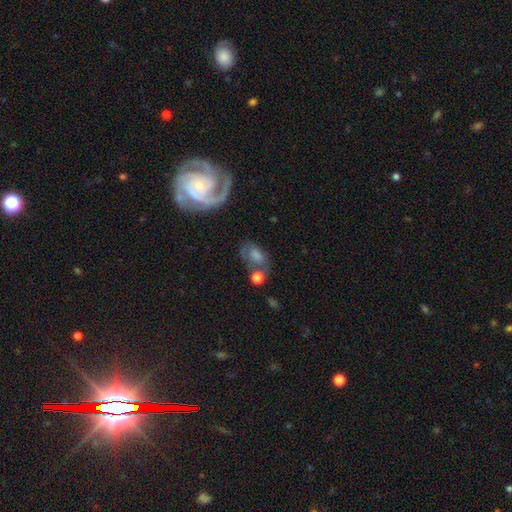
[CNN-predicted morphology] A smooth galaxy with no disk features (56%) that is in between round and cigar-shaped (80%). Merging: none (41%).